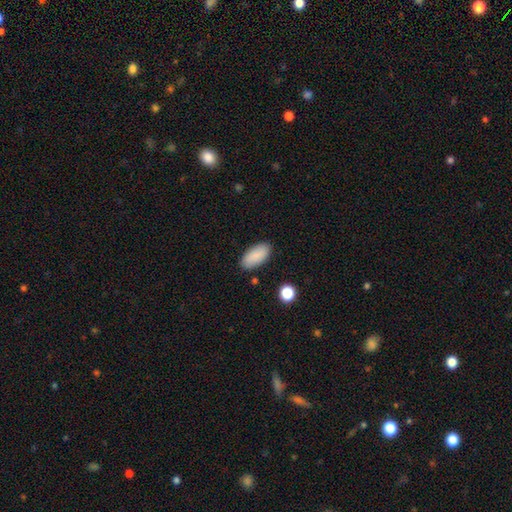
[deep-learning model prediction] Smooth or featured: smooth — 88% (star or artifact — 7%)
How rounded: in between — 91% (cigar-shaped — 7%)
Merging: none — 87% (minor disturbance — 10%)